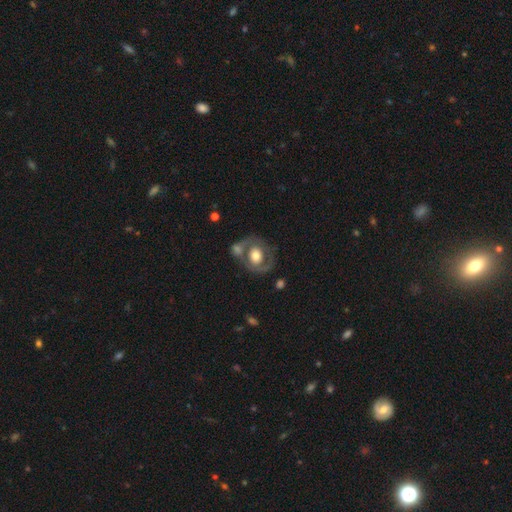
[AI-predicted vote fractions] A featured or disk galaxy (52%).

Vote fractions:
- Smooth or featured? featured or disk: 52% / smooth: 42% / star or artifact: 6%
- Edge-on disk? no: 95% / yes: 5%
- Merging? none: 55% / merger: 19% / minor disturbance: 16% / major disturbance: 10%